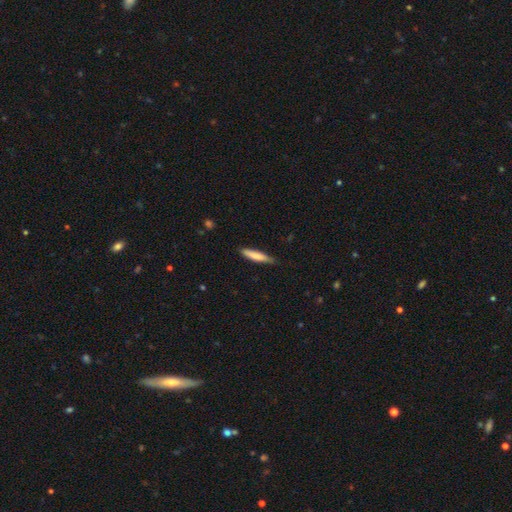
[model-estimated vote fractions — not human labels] A smooth galaxy with no disk features (78%) that is cigar-shaped (85%). Merging: none (79%).